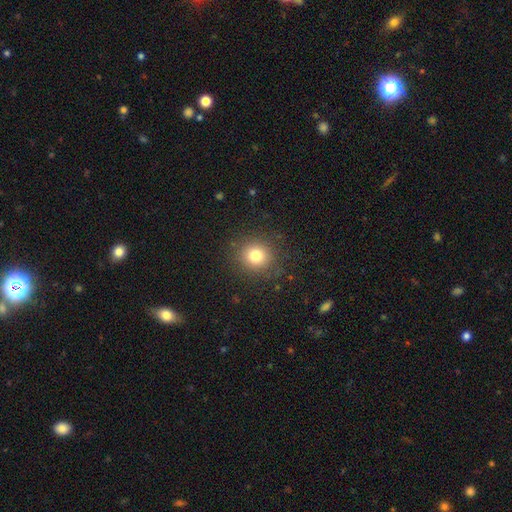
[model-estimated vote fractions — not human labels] smooth 78%, star or artifact 14%, featured or disk 9%. Down the decision tree: how rounded — round (88%); merging — none (86%).